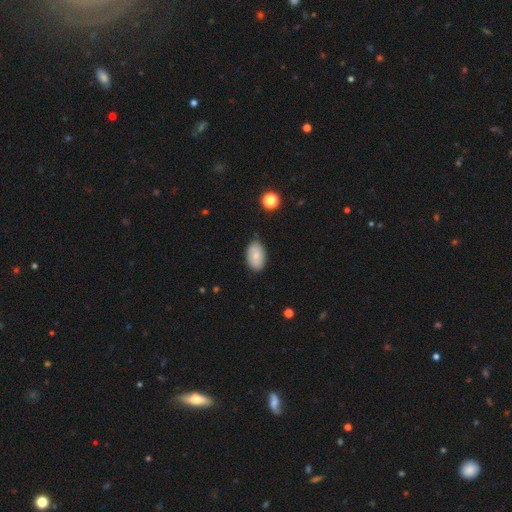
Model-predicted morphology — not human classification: This is likely a smooth galaxy (74%). How rounded: clearly in between (92%). Merging: clearly none (82%).